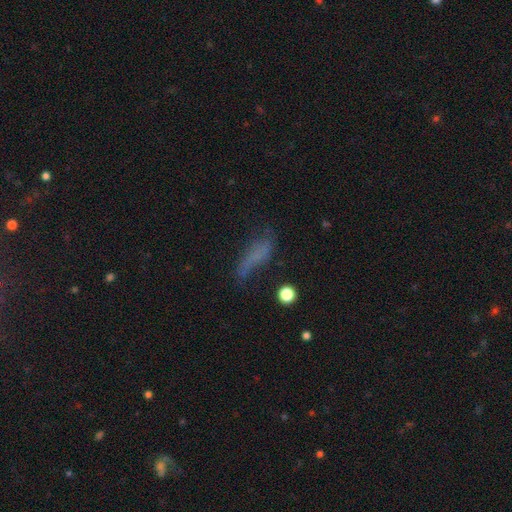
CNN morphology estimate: type=smooth (51%); roundness=in between (48%); merging=none (45%).